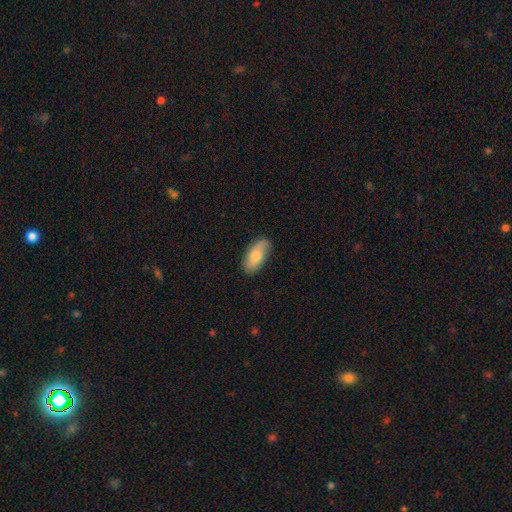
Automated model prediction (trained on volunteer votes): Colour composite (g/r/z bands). It shows a smooth galaxy with no disk features (75%) that is in between round and cigar-shaped (91%). Merging: none (79%).